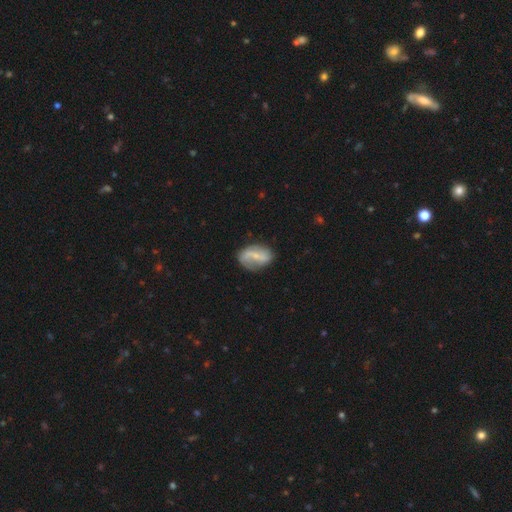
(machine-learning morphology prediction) A featured or disk galaxy (66%) with a weak bar (45%), 2 (77%) loose (55%) spiral arms (81%) and a small central bulge (63%).

Vote fractions:
- Smooth or featured? featured or disk: 66% / smooth: 28% / star or artifact: 6%
- Edge-on disk? no: 97% / yes: 3%
- Bar? weak: 45% / no: 31% / strong: 24%
- Spiral arms? yes: 81% / no: 19%
- Spiral winding? loose: 55% / medium: 31% / tight: 14%
- Spiral arm count? 2: 77% / can't tell: 10% / 1: 9% / 3: 1% / 4: 1% / more than 4: 1%
- Bulge size? small: 63% / moderate: 25% / none: 10% / large: 1% / dominant: 1%
- Merging? none: 65% / minor disturbance: 23% / major disturbance: 9% / merger: 3%